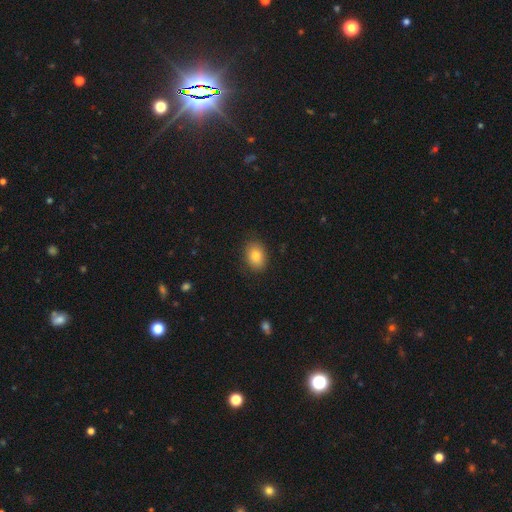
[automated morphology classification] This appears to be a smooth galaxy with no disk features (81%) that is in between round and cigar-shaped (70%). Merging: none (86%).